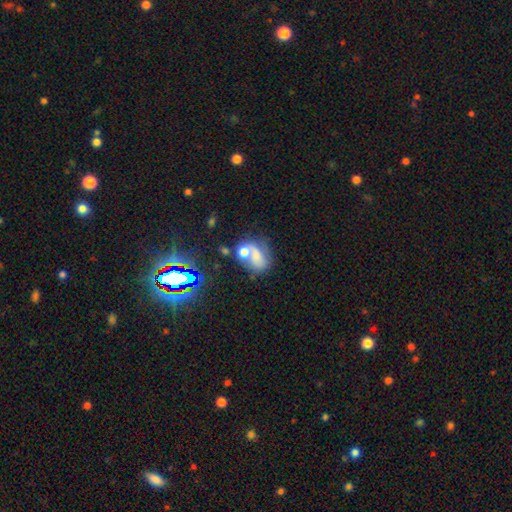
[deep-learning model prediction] Overall: smooth (52%; featured or disk 32%). How rounded: in between (64%; round 34%). Merging: merger (45%; none 24%).